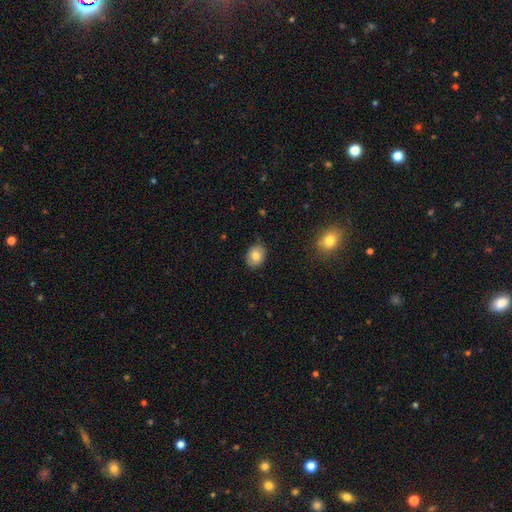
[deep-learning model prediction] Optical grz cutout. It shows a smooth galaxy with no disk features (79%) that is in between round and cigar-shaped (58%). Merging: none (82%).